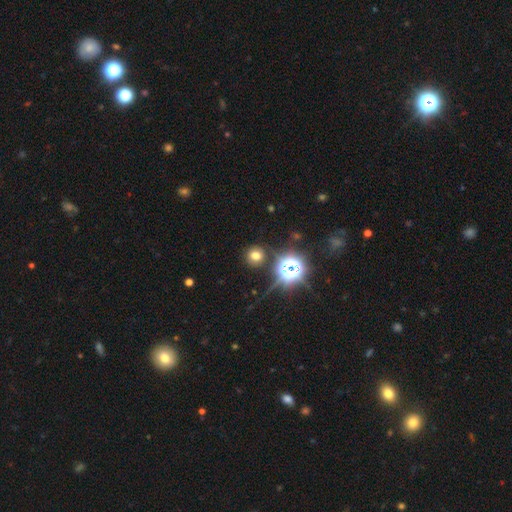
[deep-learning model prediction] This appears to be a smooth galaxy with no disk features (65%) that is round (90%). Merging: none (86%).